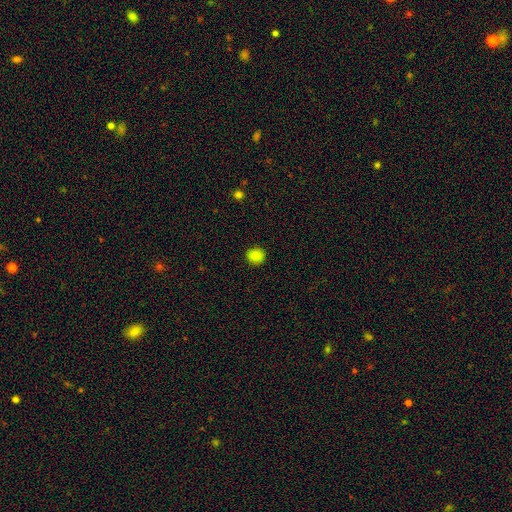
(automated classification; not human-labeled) A smooth galaxy with no disk features (85%) that is round (83%). Merging: none (89%).